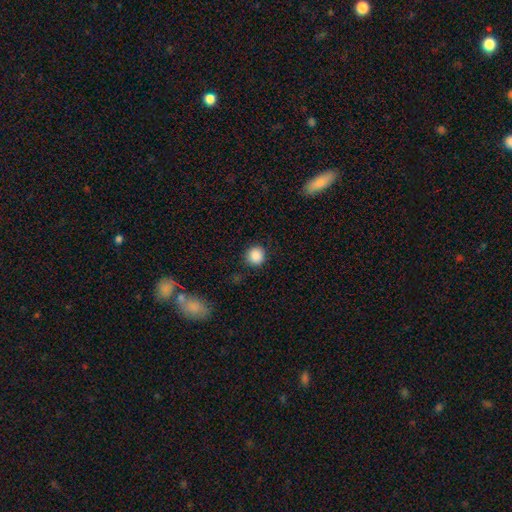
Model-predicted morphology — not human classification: Smooth or featured? smooth (88%)
How rounded? round (92%)
Merging? none (87%)